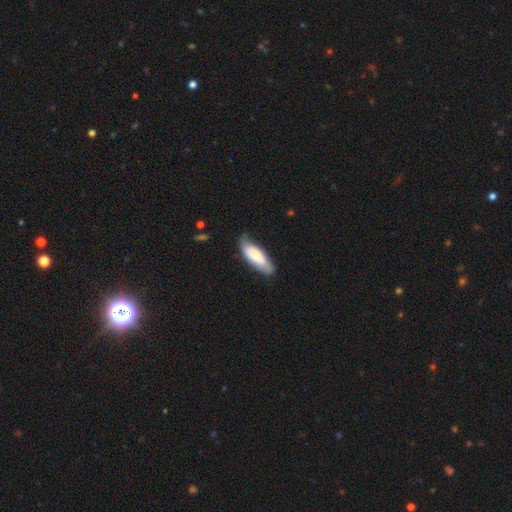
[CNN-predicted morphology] smooth-or-featured: smooth: 67% | featured or disk: 27% | star or artifact: 6%
  how-rounded: in between: 65% | cigar-shaped: 34% | round: 2%
  merging: none: 62% | minor disturbance: 29% | major disturbance: 7% | merger: 2%